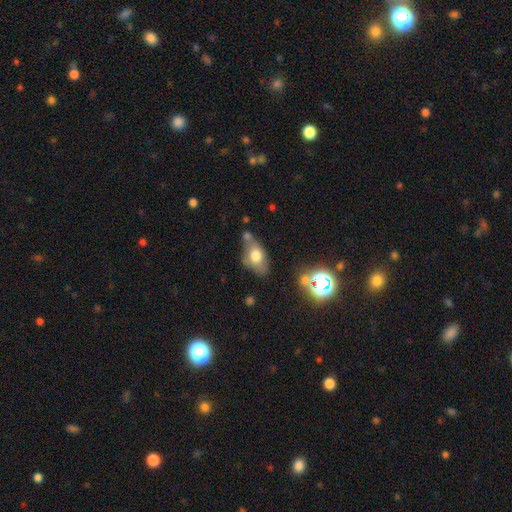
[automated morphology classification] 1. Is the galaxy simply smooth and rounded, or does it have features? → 66% smooth, 23% featured or disk, 11% star or artifact.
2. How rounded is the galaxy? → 85% in between, 12% round, 3% cigar-shaped.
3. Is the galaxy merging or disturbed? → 45% none, 26% minor disturbance, 18% merger, 11% major disturbance.